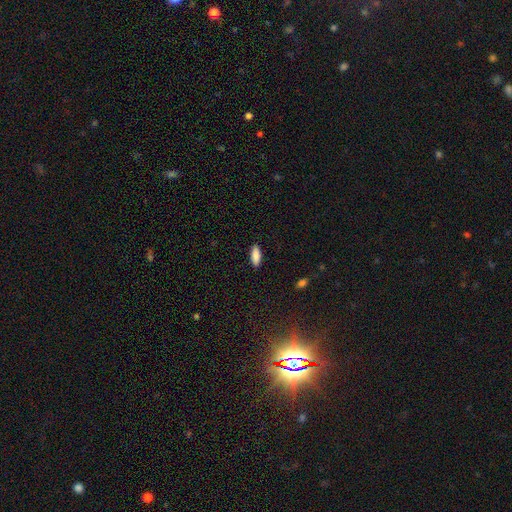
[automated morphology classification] smooth_or_featured: smooth (p=0.88) [alt: star or artifact p=0.06]
how_rounded: in between (p=0.72) [alt: cigar-shaped p=0.26]
merging: none (p=0.89) [alt: minor disturbance p=0.09]